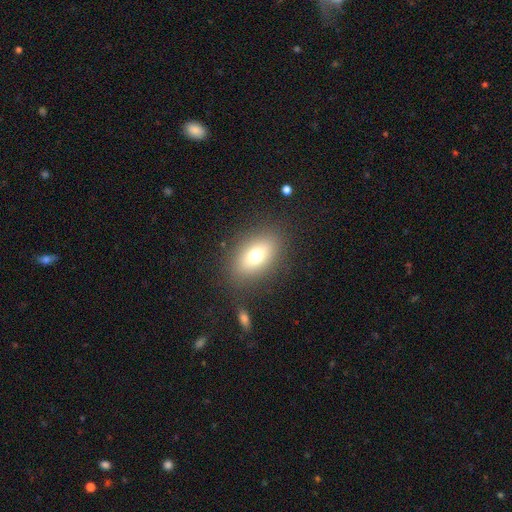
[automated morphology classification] A smooth galaxy with no disk features (72%) that is in between round and cigar-shaped (81%).

Vote fractions:
- Smooth or featured? smooth: 72% / featured or disk: 17% / star or artifact: 11%
- How rounded? in between: 81% / round: 17% / cigar-shaped: 3%
- Merging? none: 83% / minor disturbance: 10% / major disturbance: 5% / merger: 3%